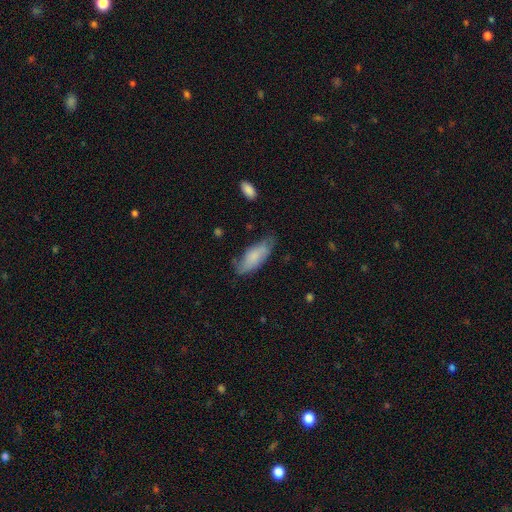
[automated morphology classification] Q: Smooth or featured?
A: smooth (71%); runner-up: featured or disk (22%)
Q: How rounded?
A: in between (78%); runner-up: cigar-shaped (20%)
Q: Merging?
A: none (60%); runner-up: minor disturbance (30%)